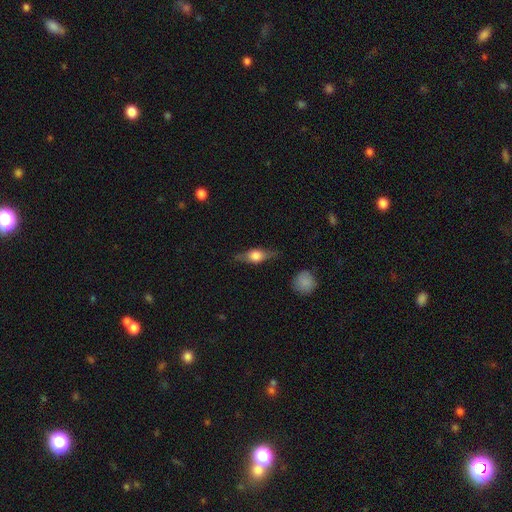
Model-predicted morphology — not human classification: smooth-or-featured: featured or disk: 55% | smooth: 38% | star or artifact: 7%
  disk-edge-on: yes: 91% | no: 9%
    edge-on-bulge: rounded: 92% | boxy: 7% | none: 2%
  merging: none: 77% | minor disturbance: 16% | major disturbance: 5% | merger: 2%